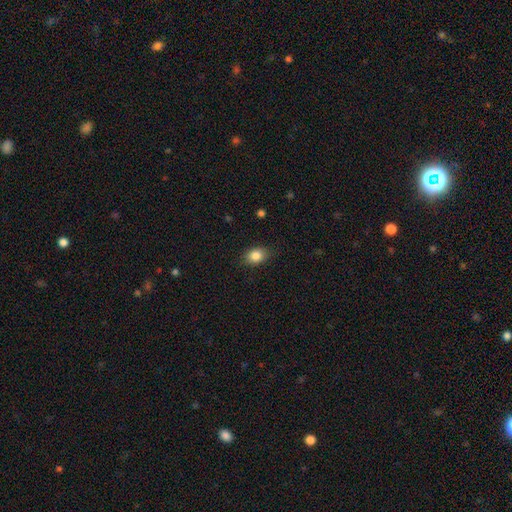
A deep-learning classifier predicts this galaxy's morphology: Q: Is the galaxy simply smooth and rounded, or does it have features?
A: smooth — 85%.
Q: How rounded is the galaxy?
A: in between — 71%.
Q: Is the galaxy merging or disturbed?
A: none — 85%.